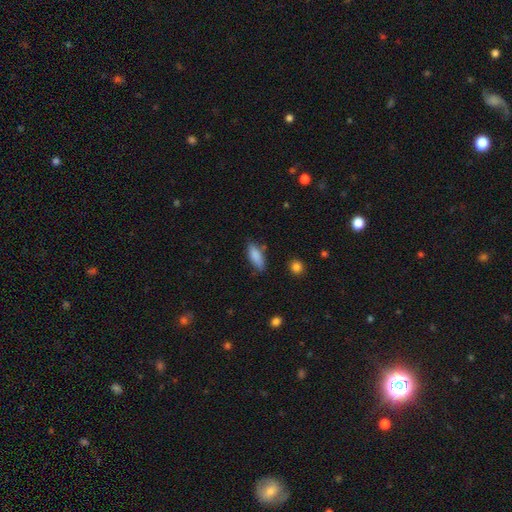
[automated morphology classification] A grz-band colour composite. It shows a smooth galaxy with no disk features (86%) that is in between round and cigar-shaped (71%). Merging: none (75%).